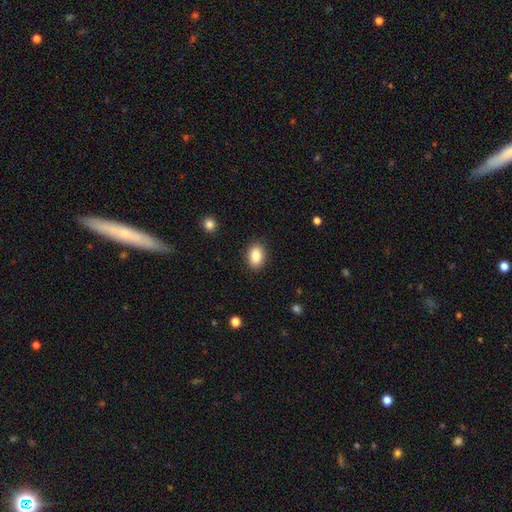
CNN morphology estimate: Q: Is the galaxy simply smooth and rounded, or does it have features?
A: smooth — 87%.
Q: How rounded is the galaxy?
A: in between — 82%.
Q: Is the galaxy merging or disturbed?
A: none — 88%.